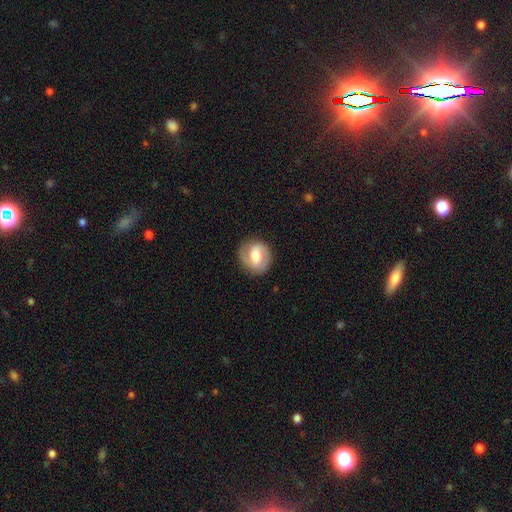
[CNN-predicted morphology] Smooth or featured?
  - featured or disk: 68% *
  - smooth: 26%
  - star or artifact: 6%
Edge-on disk?
  - no: 97% *
  - yes: 3%
Bar?
  - weak: 47% *
  - strong: 27%
  - no: 26%
Spiral arms?
  - yes: 87% *
  - no: 13%
Spiral winding?
  - medium: 44% *
  - tight: 40%
  - loose: 16%
Spiral arm count?
  - 2: 85% *
  - can't tell: 6%
  - 1: 5%
  - 3: 1%
  - 4: 1%
  - more than 4: 1%
Bulge size?
  - moderate: 62% *
  - large: 20%
  - small: 14%
  - none: 2%
  - dominant: 2%
Merging?
  - none: 84% *
  - minor disturbance: 11%
  - major disturbance: 4%
  - merger: 1%